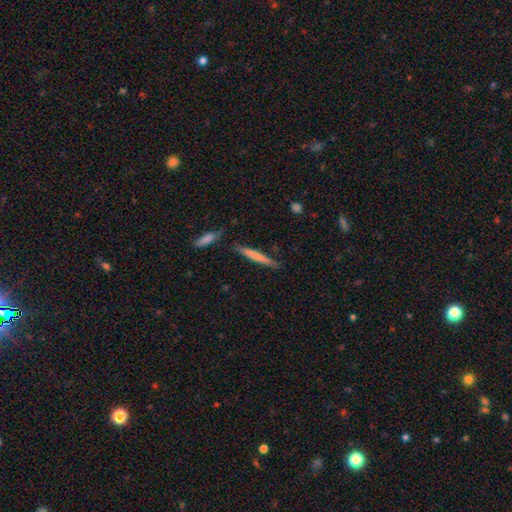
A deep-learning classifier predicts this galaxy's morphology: Smooth or featured? smooth (67%)
How rounded? cigar-shaped (95%)
Merging? none (81%)